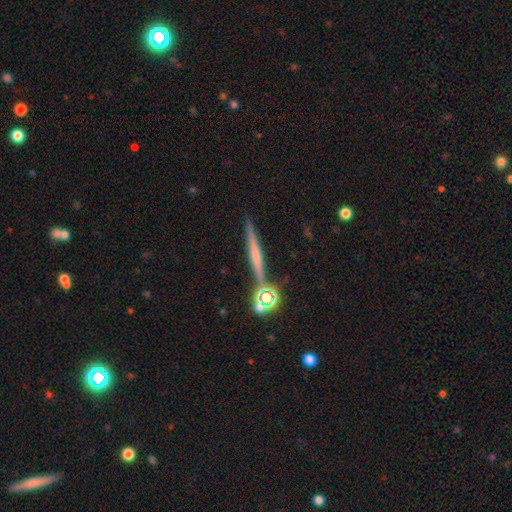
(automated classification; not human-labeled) Smooth or featured? Predicted: featured or disk (p=0.54). Edge-on disk? Predicted: yes (p=0.96). Edge-on bulge? Predicted: none (p=0.60). Merging? Predicted: none (p=0.84).